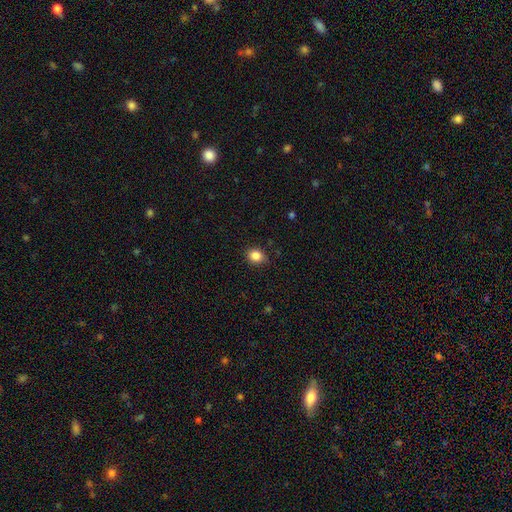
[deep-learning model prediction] This is clearly a smooth galaxy (85%). How rounded: likely round (68%). Merging: clearly none (81%).